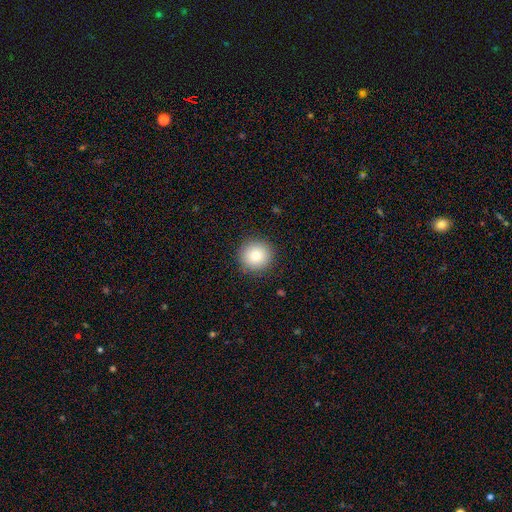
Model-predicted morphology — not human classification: type=smooth (85%); roundness=round (94%); merging=none (90%).